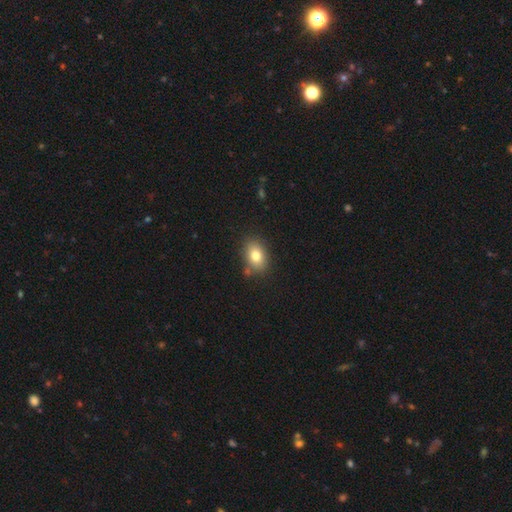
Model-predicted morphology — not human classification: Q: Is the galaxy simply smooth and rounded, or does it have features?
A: smooth — 80%.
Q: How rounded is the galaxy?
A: in between — 74%.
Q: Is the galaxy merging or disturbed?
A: none — 79%.